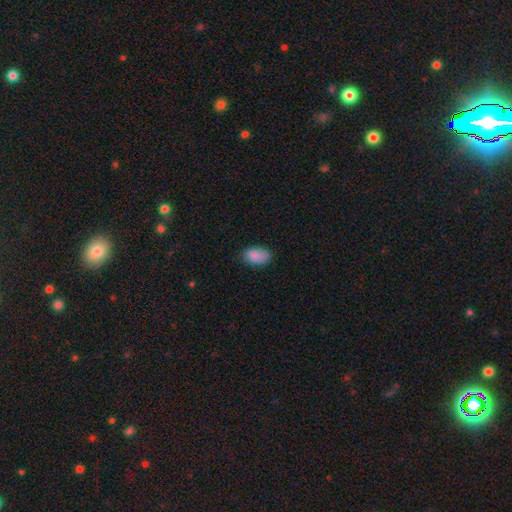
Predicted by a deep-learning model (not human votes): Q: Smooth or featured?
A: smooth (88%); runner-up: star or artifact (7%)
Q: How rounded?
A: in between (92%); runner-up: round (6%)
Q: Merging?
A: none (76%); runner-up: minor disturbance (19%)